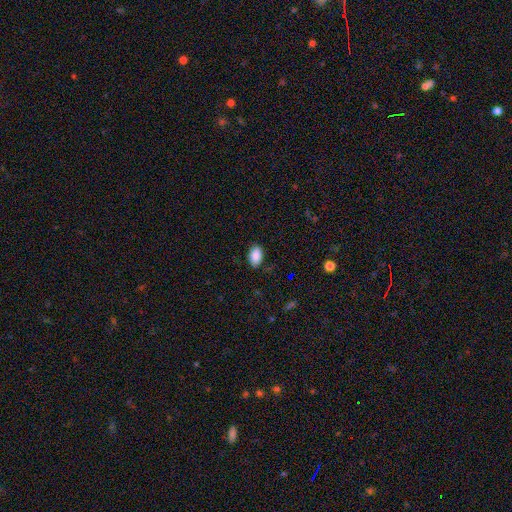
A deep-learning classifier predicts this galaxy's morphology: Smooth or featured: smooth — 88% (star or artifact — 7%)
How rounded: in between — 92% (round — 7%)
Merging: none — 83% (minor disturbance — 13%)